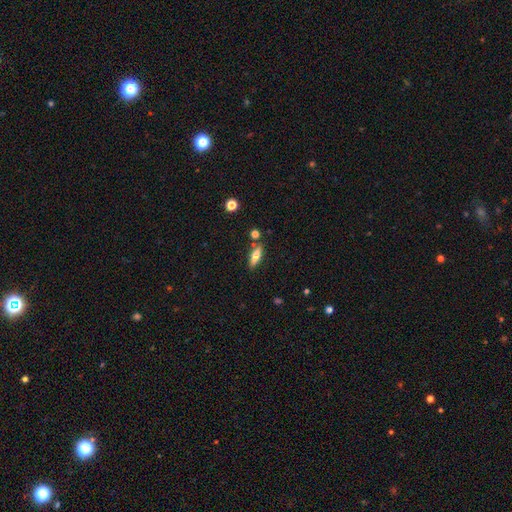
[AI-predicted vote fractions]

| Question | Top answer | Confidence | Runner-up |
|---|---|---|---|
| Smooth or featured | smooth | 63% | featured or disk (30%) |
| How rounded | cigar-shaped | 50% | in between (47%) |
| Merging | none | 80% | minor disturbance (11%) |